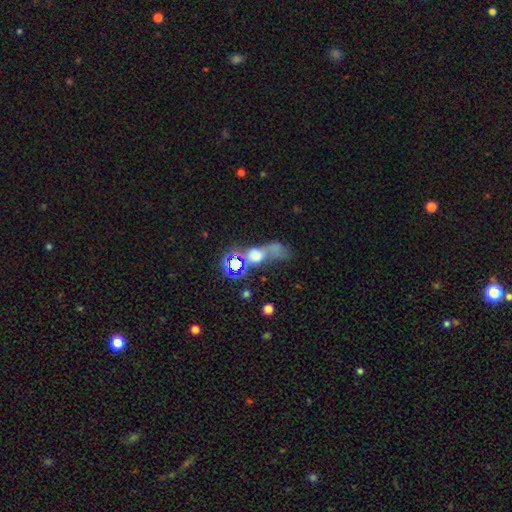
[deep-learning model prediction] A smooth galaxy with no disk features (46%). Merging: merger (45%).